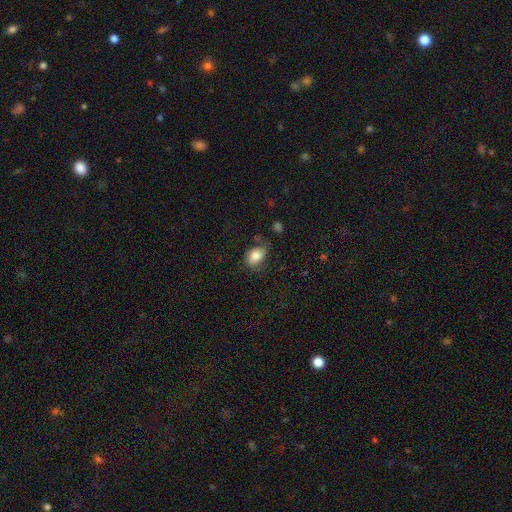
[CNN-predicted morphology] This is likely a smooth galaxy (79%). How rounded: likely in between (80%). Merging: possibly none (51%).